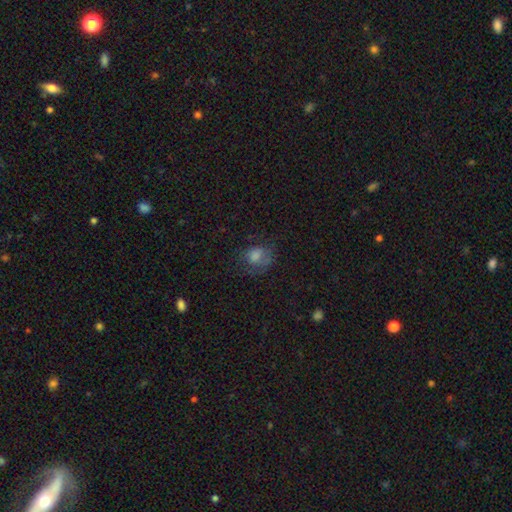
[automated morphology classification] type=smooth (56%); roundness=round (56%); merging=none (50%).